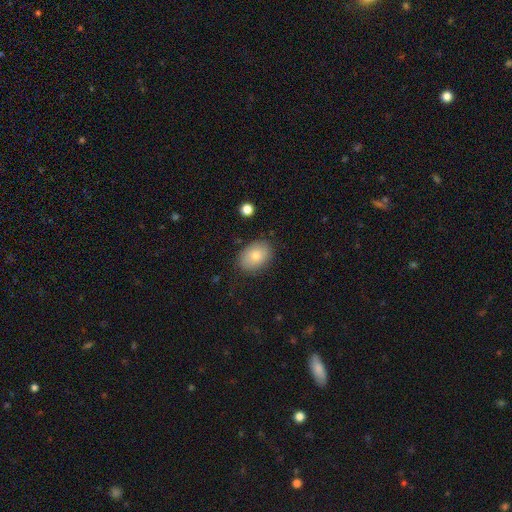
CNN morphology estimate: Smooth or featured?
  - smooth: 79% *
  - featured or disk: 13%
  - star or artifact: 8%
How rounded?
  - in between: 78% *
  - round: 21%
  - cigar-shaped: 1%
Merging?
  - none: 83% *
  - minor disturbance: 12%
  - major disturbance: 3%
  - merger: 1%